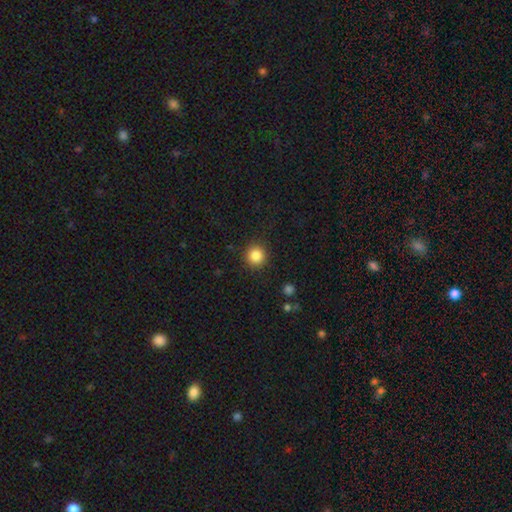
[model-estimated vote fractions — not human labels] A smooth galaxy with no disk features (86%) that is round (94%). Merging: none (91%).